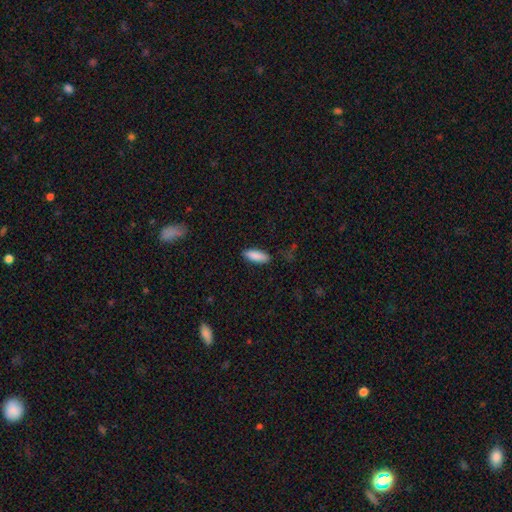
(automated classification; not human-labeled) A smooth galaxy with no disk features (88%) that is in between round and cigar-shaped (69%).

Vote fractions:
- Smooth or featured? smooth: 88% / star or artifact: 6% / featured or disk: 6%
- How rounded? in between: 69% / cigar-shaped: 30% / round: 2%
- Merging? none: 85% / minor disturbance: 11% / major disturbance: 3% / merger: 1%